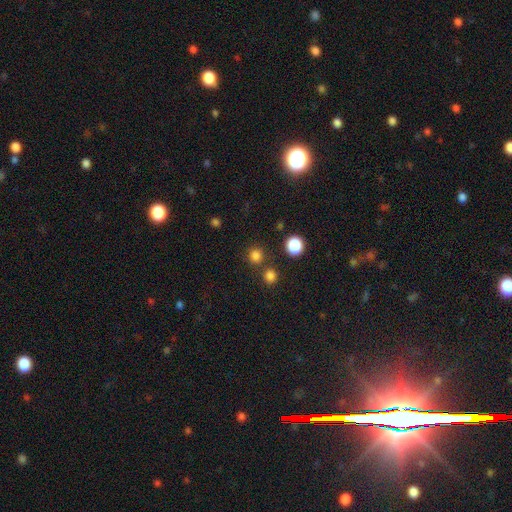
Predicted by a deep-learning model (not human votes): The model was most divided on "smooth or featured": smooth: 79%, star or artifact: 17%, featured or disk: 4%. More confident: how rounded — round (92%); merging — none (79%).